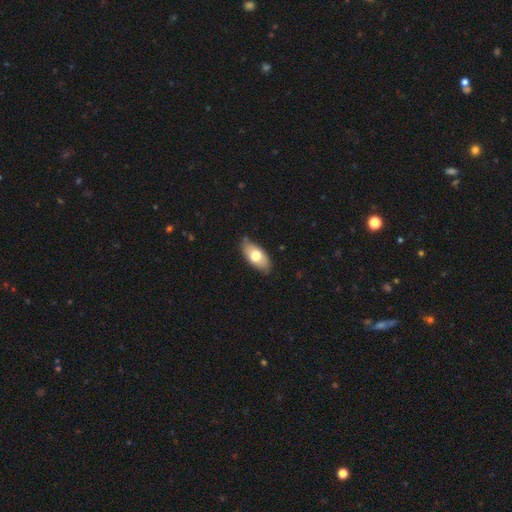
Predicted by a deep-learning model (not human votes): smooth_or_featured: smooth (p=0.67) [alt: featured or disk p=0.27]
how_rounded: in between (p=0.91) [alt: cigar-shaped p=0.06]
merging: none (p=0.76) [alt: minor disturbance p=0.20]